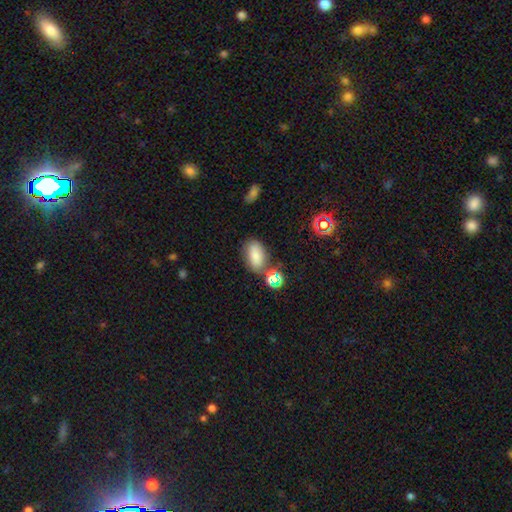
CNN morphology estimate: This appears to be a smooth galaxy with no disk features (78%) that is in between round and cigar-shaped (88%). Merging: none (68%).